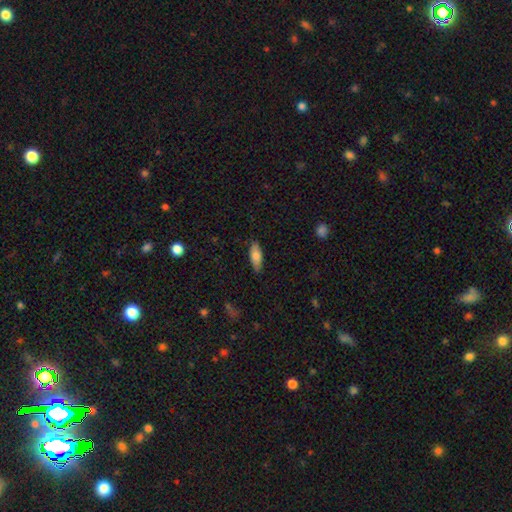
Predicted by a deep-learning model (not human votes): smooth-or-featured: smooth: 75% | featured or disk: 18% | star or artifact: 6%
  how-rounded: in between: 71% | cigar-shaped: 26% | round: 2%
  merging: none: 85% | minor disturbance: 11% | major disturbance: 2% | merger: 1%